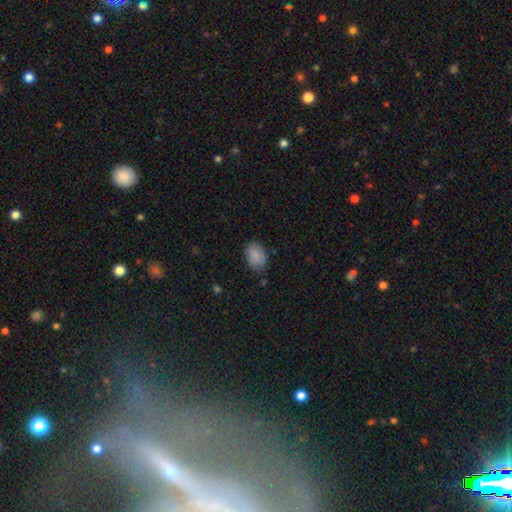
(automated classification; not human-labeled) smooth 87%, star or artifact 8%, featured or disk 5%. Down the decision tree: how rounded — in between (80%); merging — none (77%).